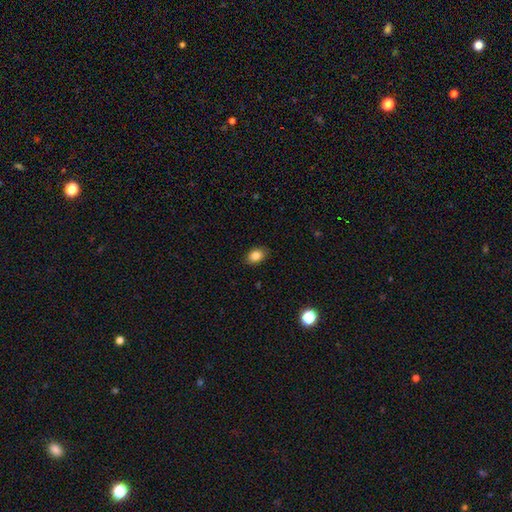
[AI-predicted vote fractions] Smooth or featured? Predicted: smooth (p=0.85). How rounded? Predicted: in between (p=0.71). Merging? Predicted: none (p=0.87).